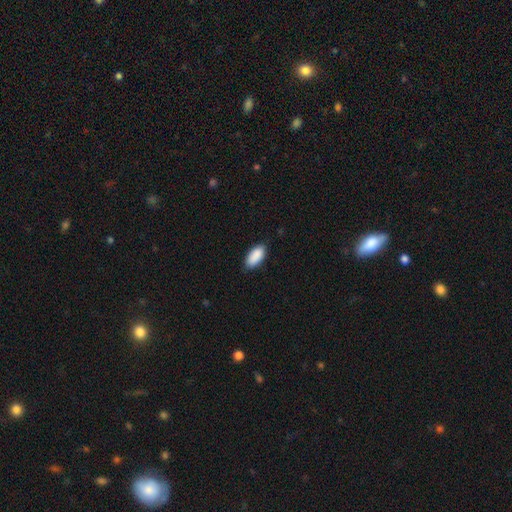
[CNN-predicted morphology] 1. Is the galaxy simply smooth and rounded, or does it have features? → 90% smooth, 6% star or artifact, 4% featured or disk.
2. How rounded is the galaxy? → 92% in between, 6% cigar-shaped, 2% round.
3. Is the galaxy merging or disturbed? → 82% none, 15% minor disturbance, 2% major disturbance, 1% merger.